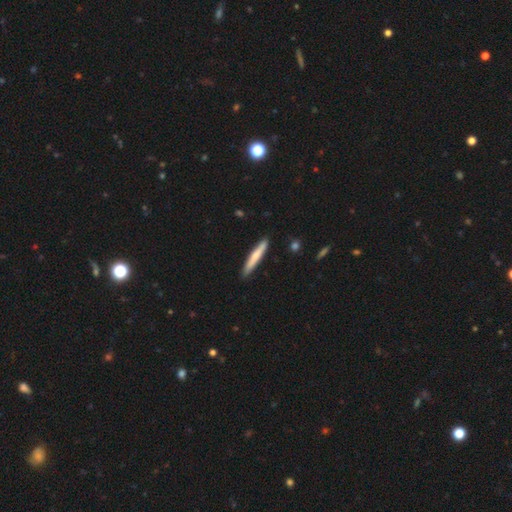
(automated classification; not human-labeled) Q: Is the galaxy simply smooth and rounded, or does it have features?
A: smooth — 68%.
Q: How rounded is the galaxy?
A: cigar-shaped — 94%.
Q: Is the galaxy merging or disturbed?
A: none — 88%.